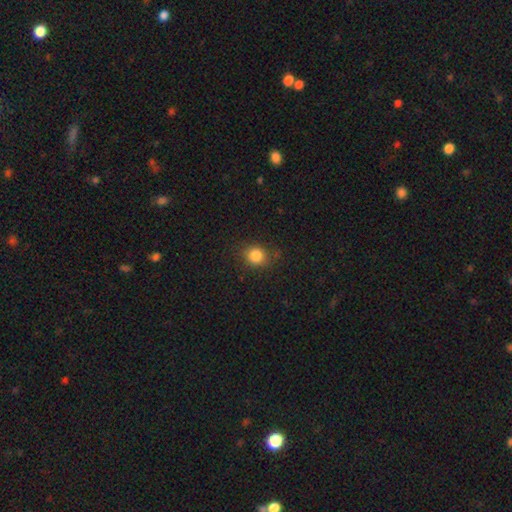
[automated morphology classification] Smooth or featured: smooth — 84% (star or artifact — 11%)
How rounded: round — 79% (in between — 20%)
Merging: none — 81% (minor disturbance — 13%)